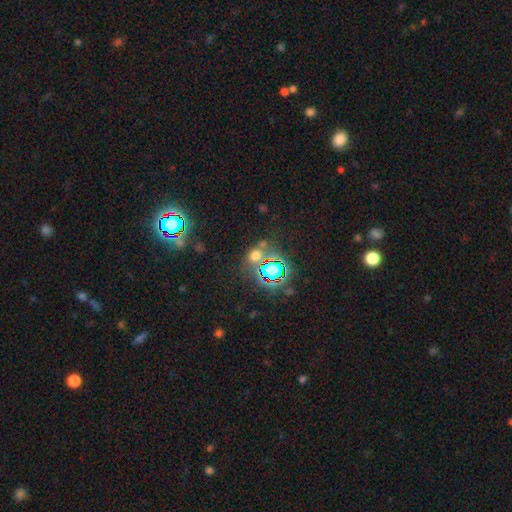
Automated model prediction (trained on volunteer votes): This is possibly a smooth galaxy (46%). Merging: likely none (68%).